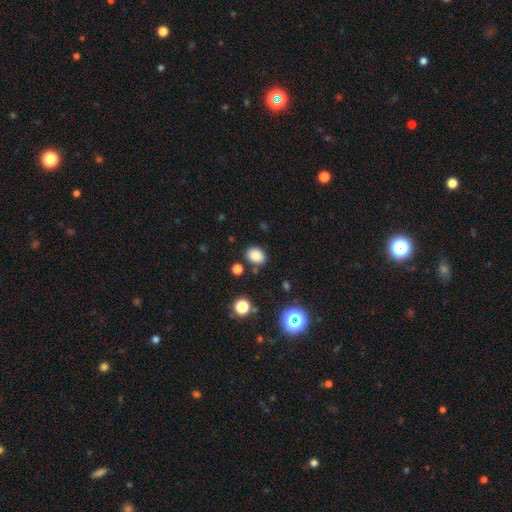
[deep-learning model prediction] smooth 84%, star or artifact 12%, featured or disk 5%. Down the decision tree: how rounded — in between (63%); merging — none (83%).